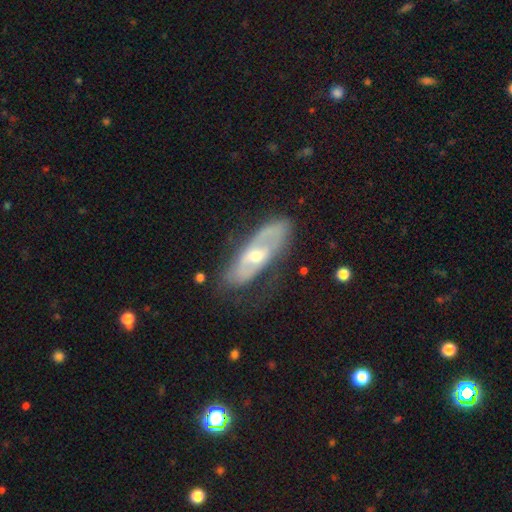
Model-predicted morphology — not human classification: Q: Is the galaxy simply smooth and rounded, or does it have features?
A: featured or disk — 67%.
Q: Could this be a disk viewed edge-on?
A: no — 79%.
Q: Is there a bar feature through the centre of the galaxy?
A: no — 49%.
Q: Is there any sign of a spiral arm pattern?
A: yes — 56%.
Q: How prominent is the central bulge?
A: moderate — 62%.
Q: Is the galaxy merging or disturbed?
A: none — 64%.